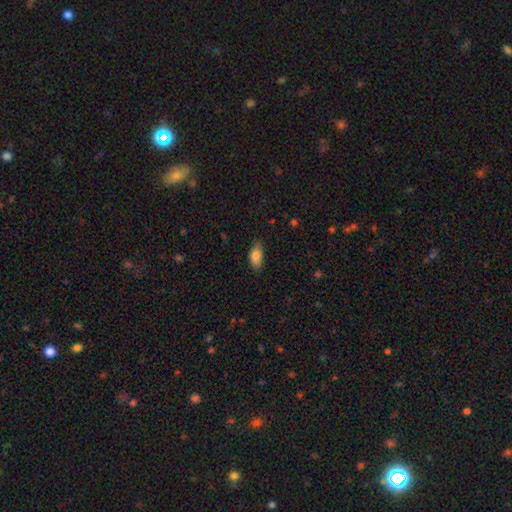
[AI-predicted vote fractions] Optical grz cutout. It shows a smooth galaxy with no disk features (84%) that is in between round and cigar-shaped (90%). Merging: none (77%).